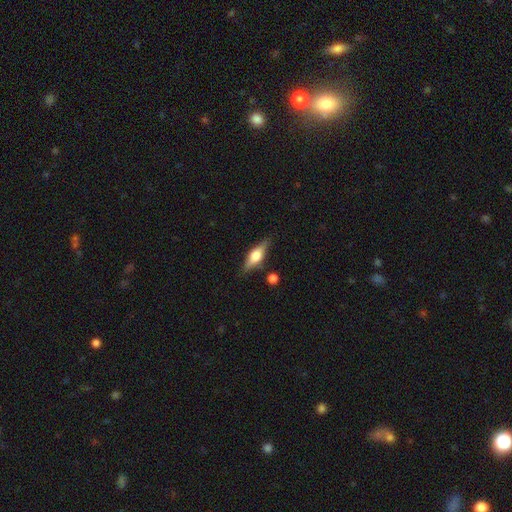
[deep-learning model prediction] This appears to be a featured or disk galaxy (54%) viewed edge-on (93%). Merging: none (82%).